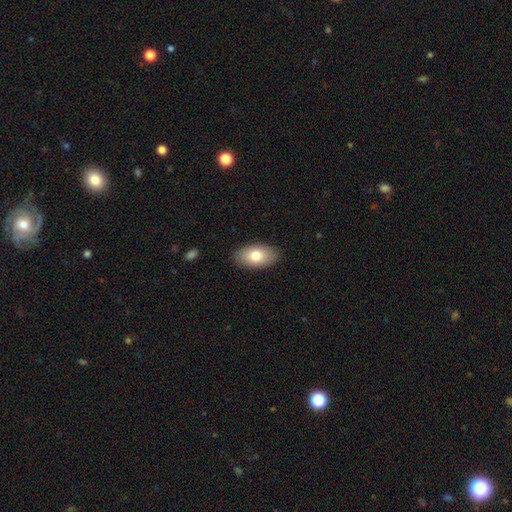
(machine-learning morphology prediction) smooth 78%, featured or disk 16%, star or artifact 7%. Down the decision tree: how rounded — in between (94%); merging — none (87%).